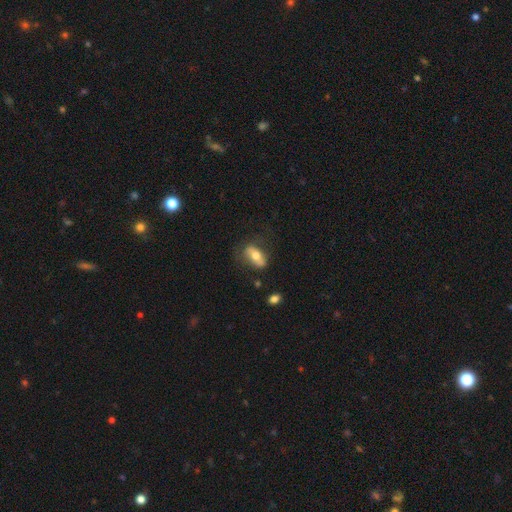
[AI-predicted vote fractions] This appears to be a smooth galaxy with no disk features (53%) that is in between round and cigar-shaped (82%). Merging: none (60%).